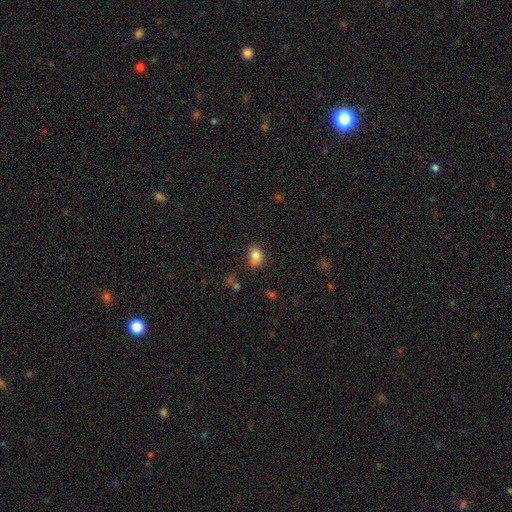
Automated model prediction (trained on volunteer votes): Smooth or featured?
  - smooth: 81% *
  - star or artifact: 11%
  - featured or disk: 8%
How rounded?
  - in between: 57% *
  - round: 42%
  - cigar-shaped: 1%
Merging?
  - none: 66% *
  - minor disturbance: 22%
  - merger: 6%
  - major disturbance: 6%